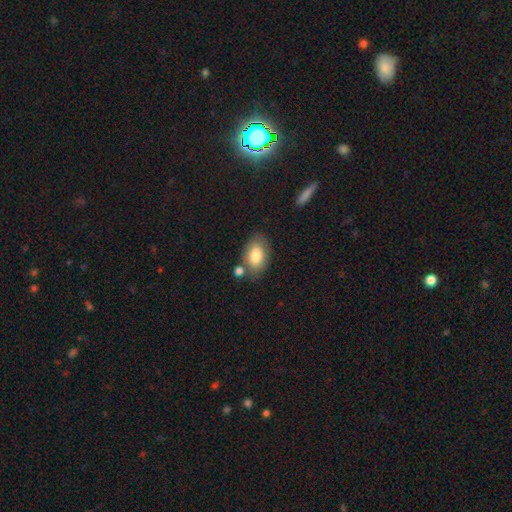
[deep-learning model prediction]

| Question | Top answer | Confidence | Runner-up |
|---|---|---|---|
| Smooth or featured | smooth | 82% | featured or disk (11%) |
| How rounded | in between | 89% | round (9%) |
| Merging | none | 65% | minor disturbance (17%) |